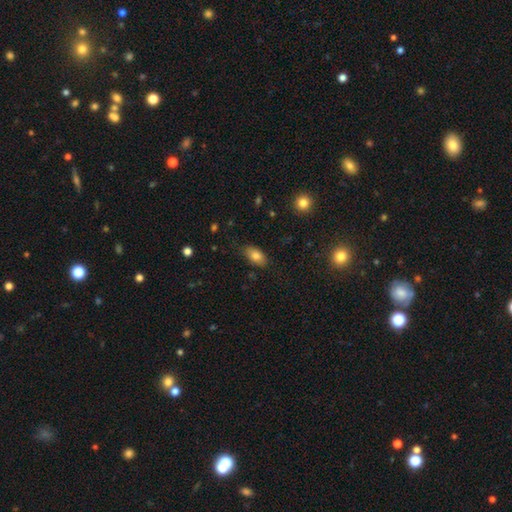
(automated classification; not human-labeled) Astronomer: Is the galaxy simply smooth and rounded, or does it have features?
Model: smooth — 81%.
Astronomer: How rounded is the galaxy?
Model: in between — 90%.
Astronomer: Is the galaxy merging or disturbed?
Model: none — 78%.